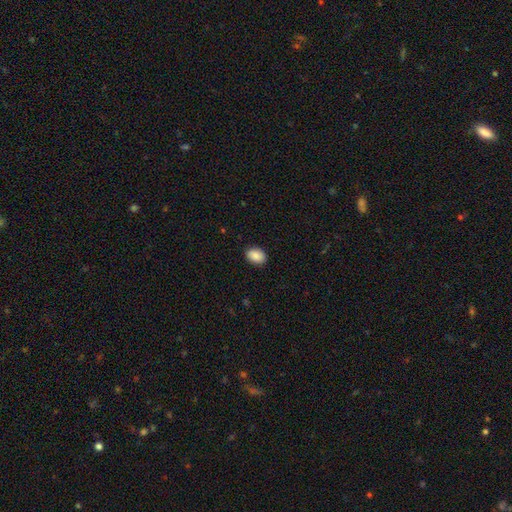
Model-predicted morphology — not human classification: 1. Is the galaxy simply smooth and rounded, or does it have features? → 89% smooth, 7% star or artifact, 4% featured or disk.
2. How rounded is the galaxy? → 82% in between, 17% round, 1% cigar-shaped.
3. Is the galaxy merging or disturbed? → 88% none, 9% minor disturbance, 2% major disturbance, 1% merger.